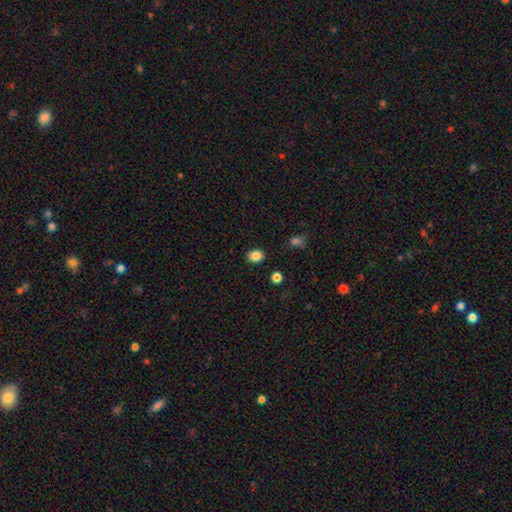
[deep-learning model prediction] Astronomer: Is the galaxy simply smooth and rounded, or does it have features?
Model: smooth — 85%.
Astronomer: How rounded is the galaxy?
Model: round — 58% (runner-up: in between, 41%).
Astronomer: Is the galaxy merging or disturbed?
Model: none — 88%.